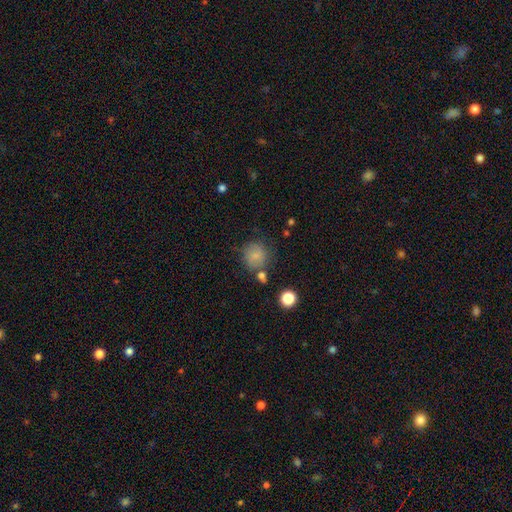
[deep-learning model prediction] Q: Smooth or featured?
A: smooth (78%); runner-up: star or artifact (11%)
Q: How rounded?
A: round (86%); runner-up: in between (13%)
Q: Merging?
A: none (70%); runner-up: minor disturbance (16%)